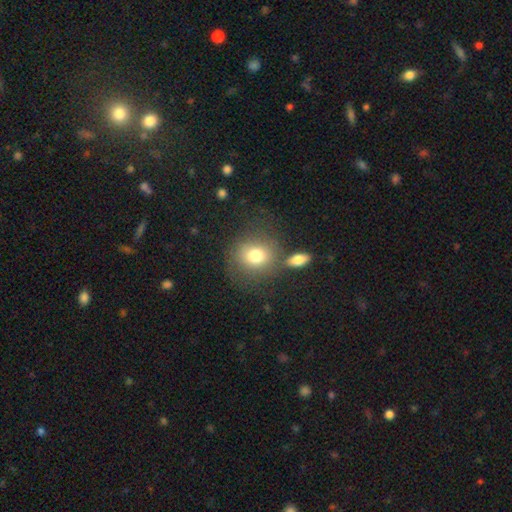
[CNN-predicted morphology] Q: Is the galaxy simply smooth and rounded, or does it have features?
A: smooth — 78%.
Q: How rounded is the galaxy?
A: round — 73%.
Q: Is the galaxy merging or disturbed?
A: none — 66%.